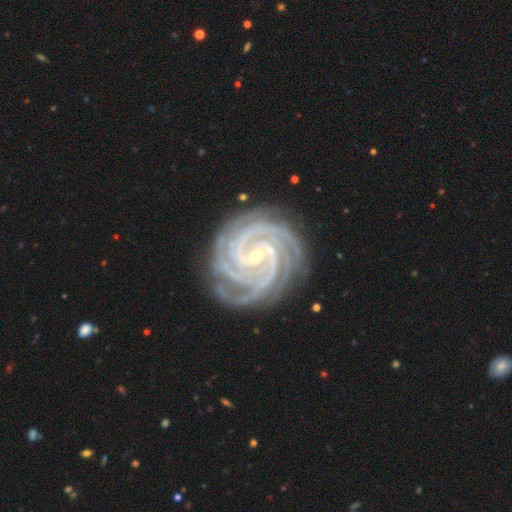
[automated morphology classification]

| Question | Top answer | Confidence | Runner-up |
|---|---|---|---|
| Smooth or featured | featured or disk | 94% | star or artifact (4%) |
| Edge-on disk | no | 98% | yes (2%) |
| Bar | weak | 42% | strong (34%) |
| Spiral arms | yes | 99% | no (1%) |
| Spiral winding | tight | 80% | medium (18%) |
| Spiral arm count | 4 | 38% | 3 (23%) |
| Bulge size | small | 75% | moderate (22%) |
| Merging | none | 82% | minor disturbance (13%) |